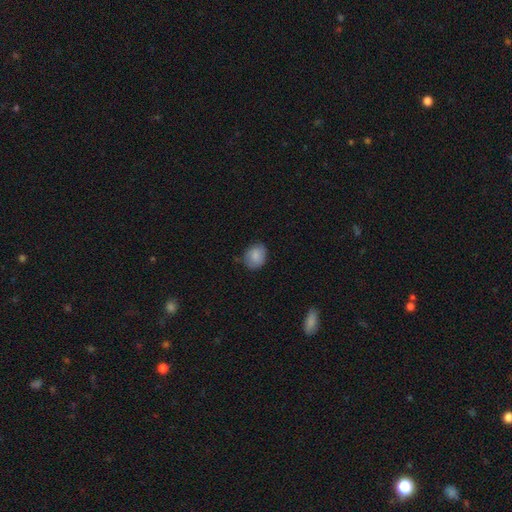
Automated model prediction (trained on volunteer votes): smooth 82%, featured or disk 10%, star or artifact 8%. Down the decision tree: how rounded — round (50%); merging — none (72%).